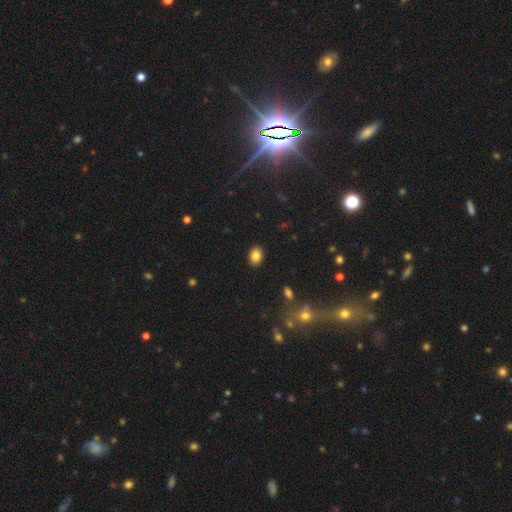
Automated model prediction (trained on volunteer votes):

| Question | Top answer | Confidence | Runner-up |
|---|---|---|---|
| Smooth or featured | smooth | 86% | star or artifact (9%) |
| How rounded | in between | 72% | round (27%) |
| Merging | none | 89% | minor disturbance (8%) |